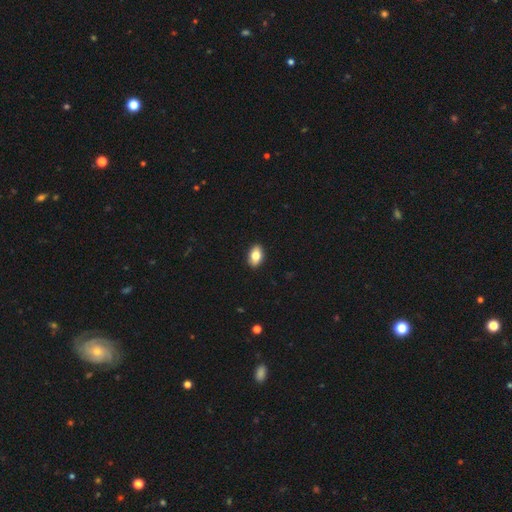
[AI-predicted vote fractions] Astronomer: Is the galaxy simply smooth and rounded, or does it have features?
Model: smooth — 80%.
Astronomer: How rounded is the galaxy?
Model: in between — 89%.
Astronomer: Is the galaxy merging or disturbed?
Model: none — 90%.